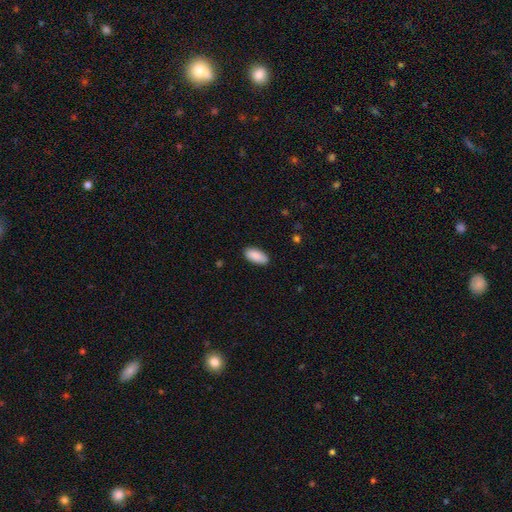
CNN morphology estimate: Smooth or featured?
  - smooth: 89% *
  - star or artifact: 6%
  - featured or disk: 5%
How rounded?
  - in between: 92% *
  - cigar-shaped: 6%
  - round: 2%
Merging?
  - none: 88% *
  - minor disturbance: 9%
  - major disturbance: 2%
  - merger: 1%